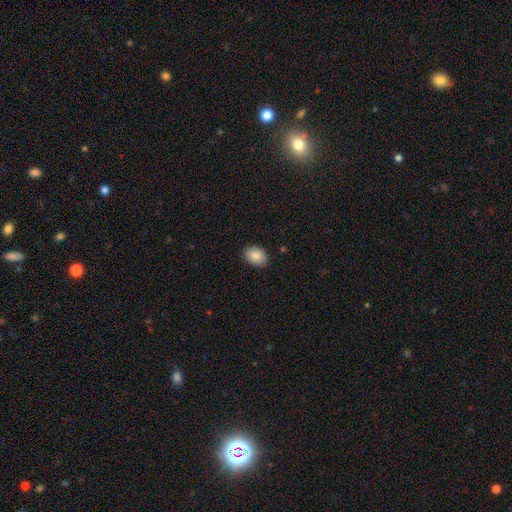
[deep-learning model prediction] A smooth galaxy with no disk features (88%) that is in between round and cigar-shaped (81%).

Vote fractions:
- Smooth or featured? smooth: 88% / star or artifact: 7% / featured or disk: 5%
- How rounded? in between: 81% / round: 18% / cigar-shaped: 1%
- Merging? none: 88% / minor disturbance: 9% / major disturbance: 2% / merger: 1%